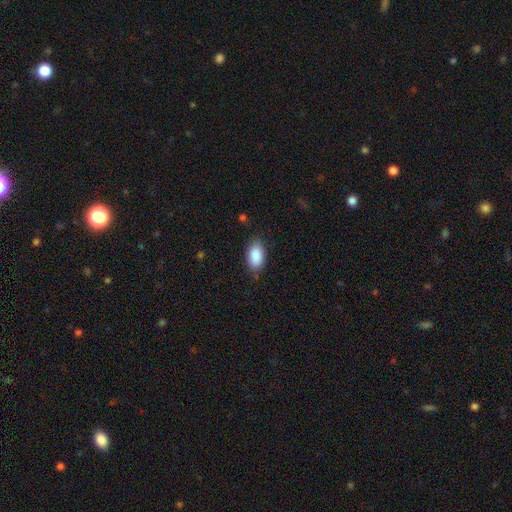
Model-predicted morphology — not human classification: Smooth or featured: smooth — 89% (star or artifact — 6%)
How rounded: in between — 93% (round — 5%)
Merging: none — 80% (minor disturbance — 15%)